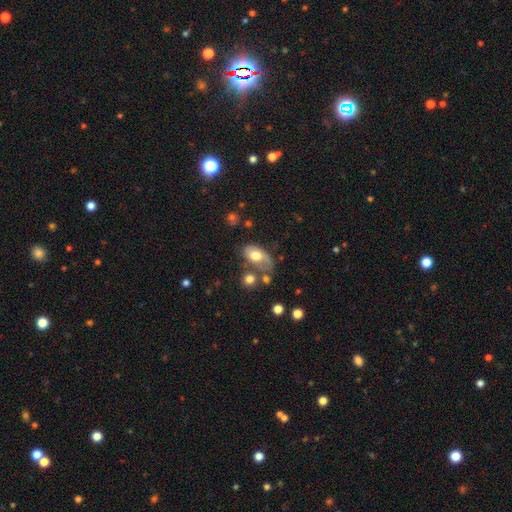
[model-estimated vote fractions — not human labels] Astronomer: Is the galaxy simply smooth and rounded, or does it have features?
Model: smooth — 65%.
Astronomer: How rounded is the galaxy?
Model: in between — 90%.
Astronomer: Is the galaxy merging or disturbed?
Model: none — 36% (runner-up: minor disturbance, 26%).